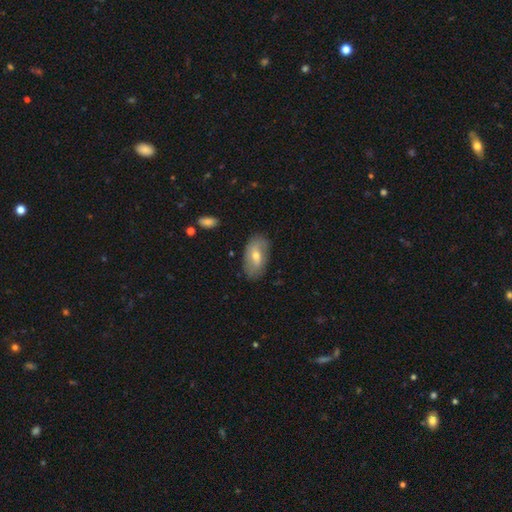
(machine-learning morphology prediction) Smooth or featured? smooth (52%)
How rounded? in between (92%)
Merging? none (79%)